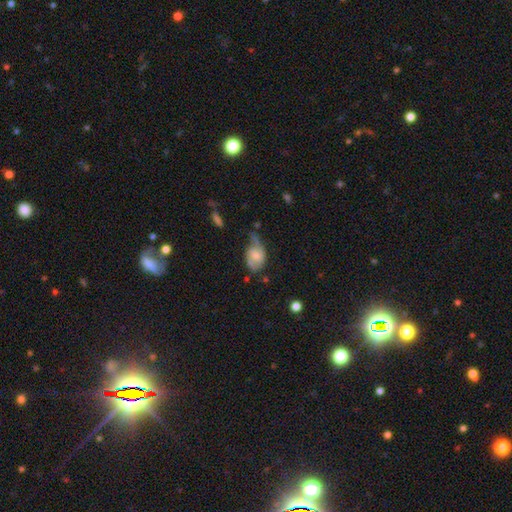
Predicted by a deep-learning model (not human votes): Smooth or featured: featured or disk — 60% (smooth — 33%)
Edge-on disk: no — 96% (yes — 4%)
Bar: no — 64% (weak — 31%)
Spiral arms: yes — 86% (no — 14%)
Bulge size: moderate — 43% (small — 42%)
Merging: none — 36% (minor disturbance — 34%)